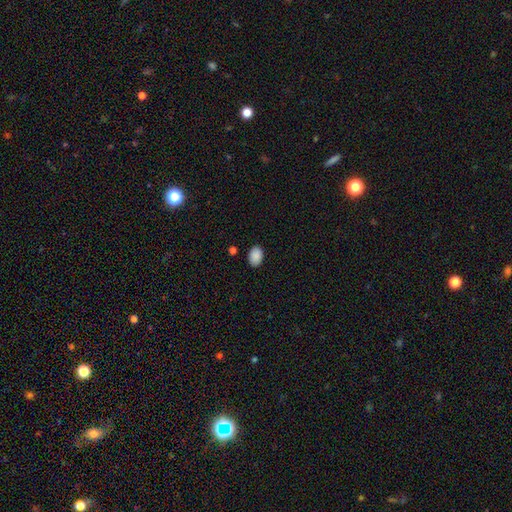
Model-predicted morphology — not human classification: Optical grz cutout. It shows a smooth galaxy with no disk features (89%) that is in between round and cigar-shaped (83%). Merging: none (87%).